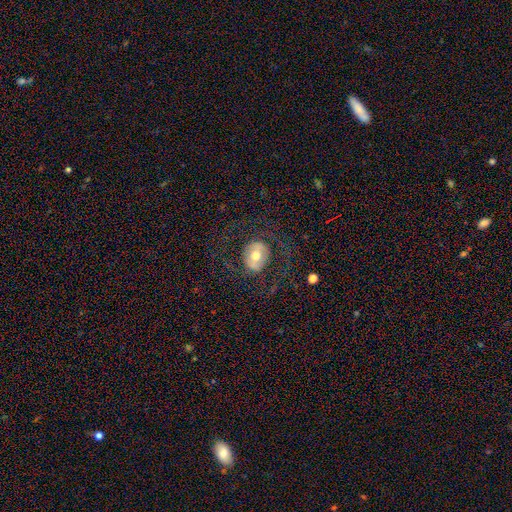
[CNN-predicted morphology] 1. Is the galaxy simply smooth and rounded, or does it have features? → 51% featured or disk, 41% smooth, 8% star or artifact.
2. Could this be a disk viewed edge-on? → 95% no, 5% yes.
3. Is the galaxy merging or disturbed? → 70% none, 17% major disturbance, 11% minor disturbance, 1% merger.